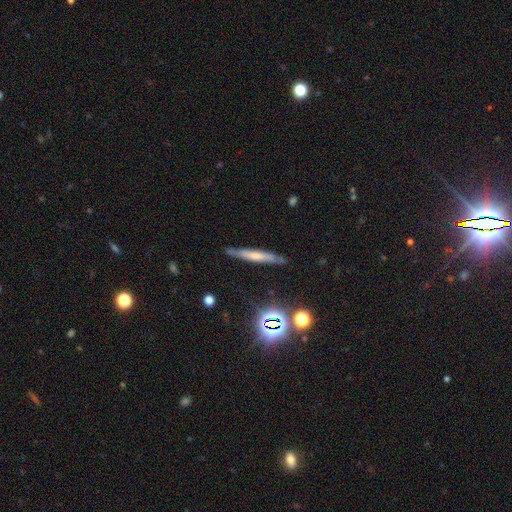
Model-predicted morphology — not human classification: A smooth galaxy with no disk features (47%). Merging: none (83%).